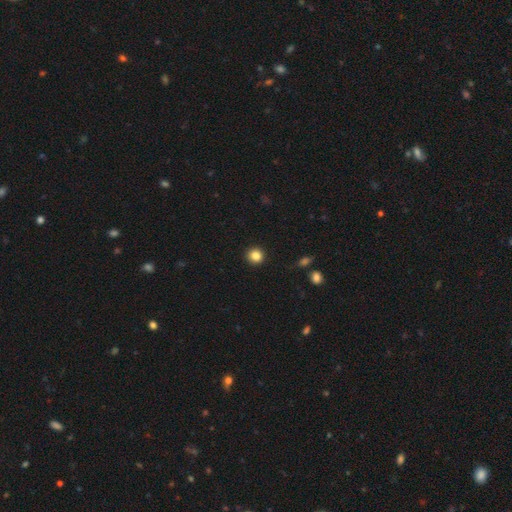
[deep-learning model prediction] A smooth galaxy with no disk features (85%) that is round (90%). Merging: none (92%).